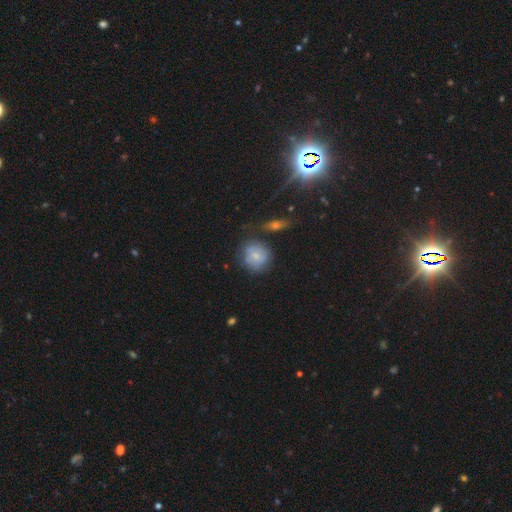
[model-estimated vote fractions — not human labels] A smooth galaxy with no disk features (62%) that is round (84%).

Vote fractions:
- Smooth or featured? smooth: 62% / featured or disk: 29% / star or artifact: 8%
- How rounded? round: 84% / in between: 15% / cigar-shaped: 1%
- Merging? none: 64% / minor disturbance: 20% / merger: 8% / major disturbance: 8%